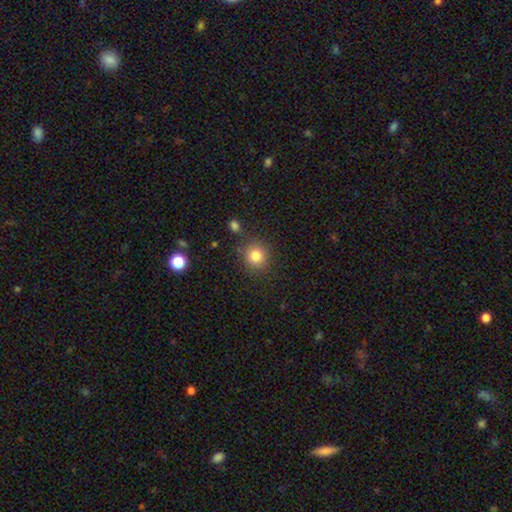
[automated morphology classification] Smooth or featured? smooth (82%)
How rounded? round (90%)
Merging? none (84%)